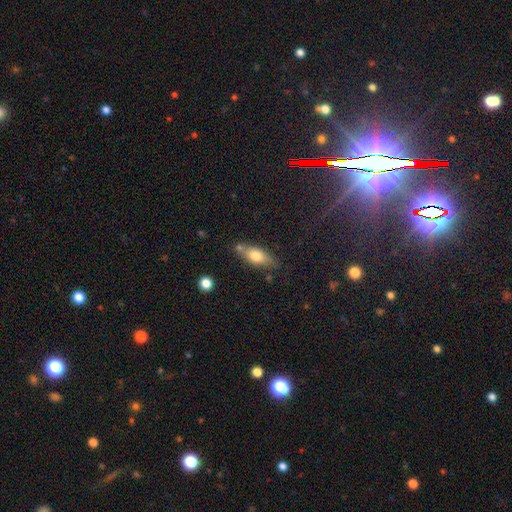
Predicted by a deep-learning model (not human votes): Smooth or featured: smooth — 69% (featured or disk — 24%)
How rounded: in between — 71% (cigar-shaped — 24%)
Merging: none — 67% (minor disturbance — 18%)